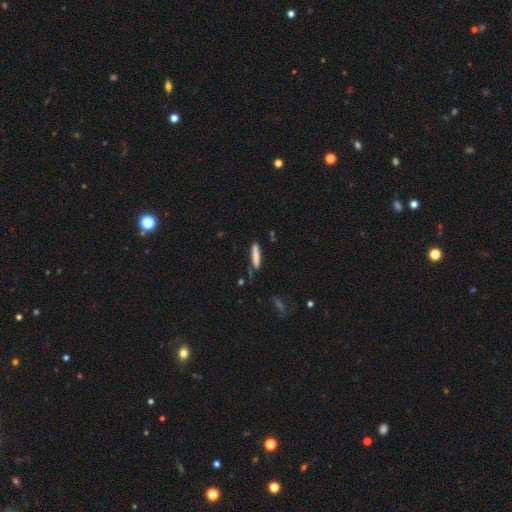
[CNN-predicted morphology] Smooth or featured: smooth — 78% (featured or disk — 15%)
How rounded: cigar-shaped — 89% (in between — 9%)
Merging: none — 74% (minor disturbance — 18%)